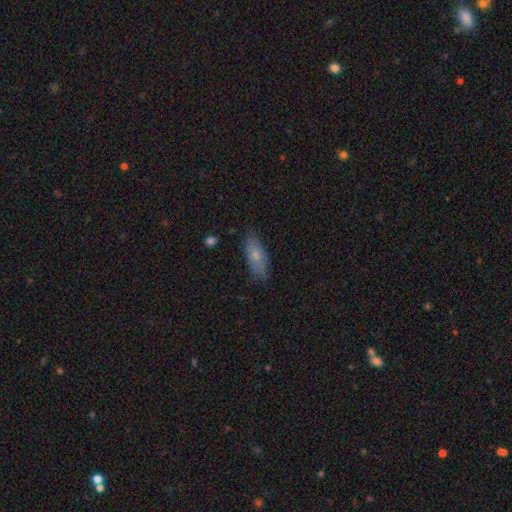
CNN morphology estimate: Smooth or featured? smooth (71%)
How rounded? in between (77%)
Merging? none (76%)